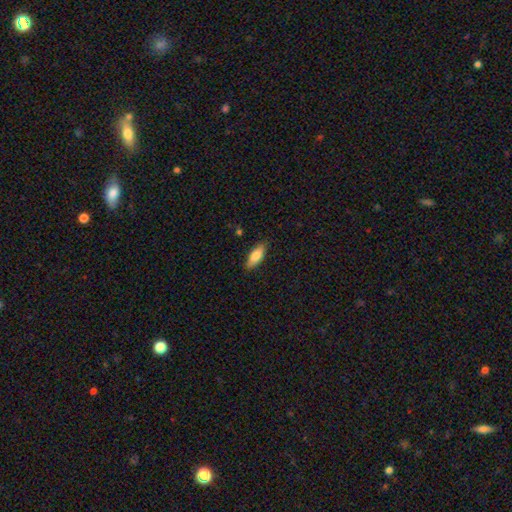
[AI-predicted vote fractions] Morphology: type=smooth (81%); roundness=in between (70%); merging=none (85%).